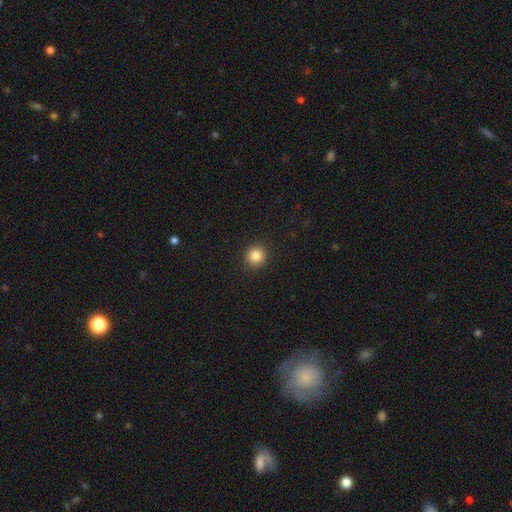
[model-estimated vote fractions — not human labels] smooth-or-featured: smooth: 85% | star or artifact: 11% | featured or disk: 5%
  how-rounded: round: 93% | in between: 6% | cigar-shaped: 1%
  merging: none: 92% | minor disturbance: 5% | major disturbance: 2% | merger: 1%